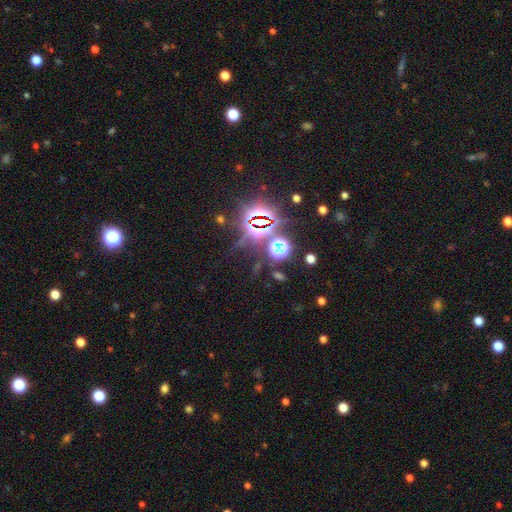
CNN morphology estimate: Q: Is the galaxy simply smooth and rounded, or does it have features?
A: star or artifact — 83%.